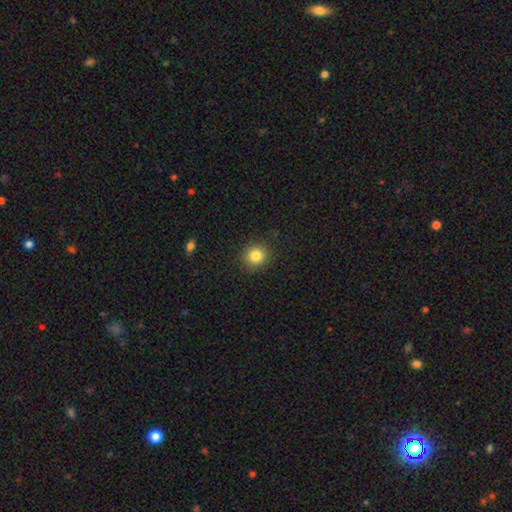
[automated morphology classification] Q: Smooth or featured?
A: smooth (84%); runner-up: star or artifact (11%)
Q: How rounded?
A: round (89%); runner-up: in between (10%)
Q: Merging?
A: none (90%); runner-up: minor disturbance (6%)